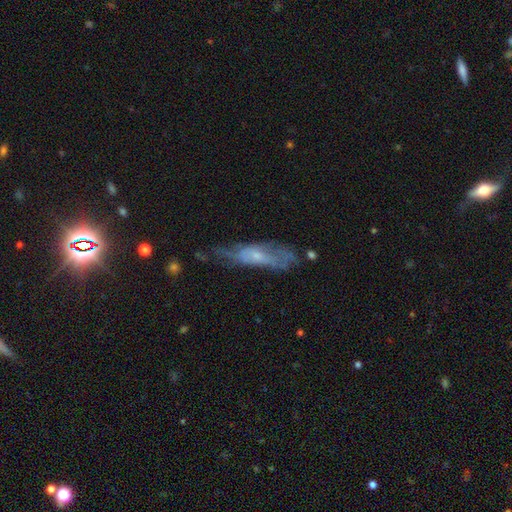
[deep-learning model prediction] A featured or disk galaxy (55%). Merging: none (42%).